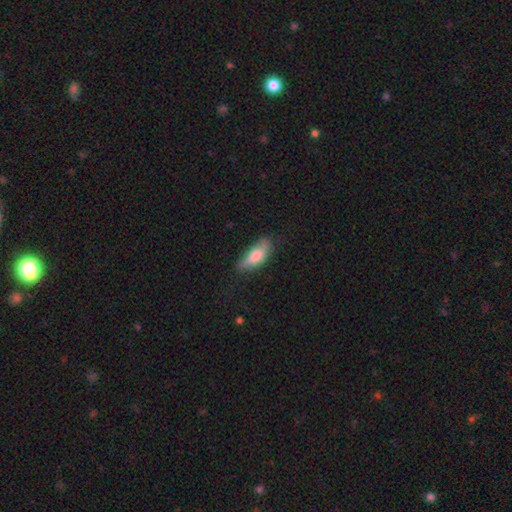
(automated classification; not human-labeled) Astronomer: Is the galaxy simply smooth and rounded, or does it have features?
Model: smooth — 76%.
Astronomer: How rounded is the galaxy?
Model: in between — 74%.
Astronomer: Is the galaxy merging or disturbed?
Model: none — 57% (runner-up: minor disturbance, 32%).